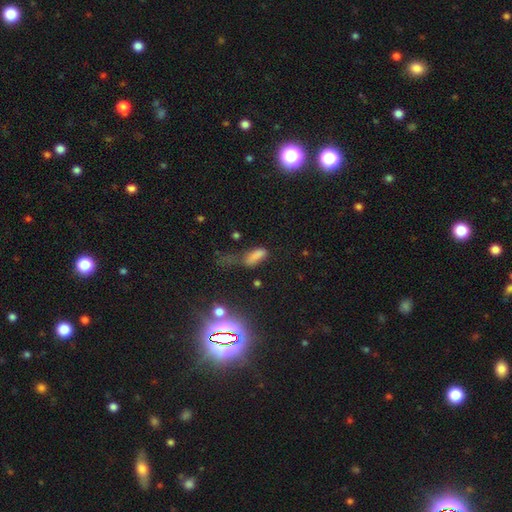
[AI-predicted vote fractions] A smooth galaxy with no disk features (72%) that is in between round and cigar-shaped (70%). Merging: major disturbance (34%).